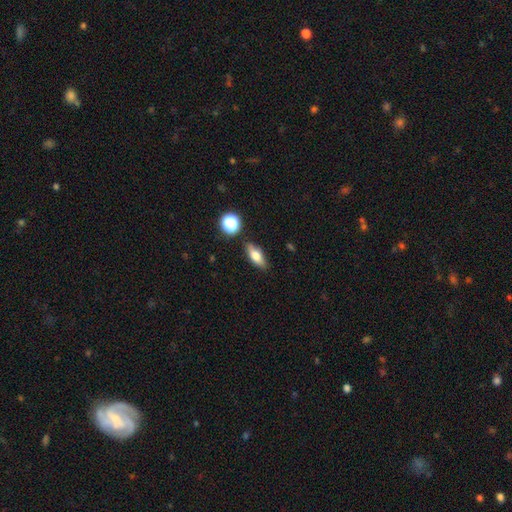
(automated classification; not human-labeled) smooth_or_featured: smooth (p=0.71) [alt: featured or disk p=0.20]
how_rounded: in between (p=0.70) [alt: cigar-shaped p=0.23]
merging: none (p=0.83) [alt: minor disturbance p=0.11]